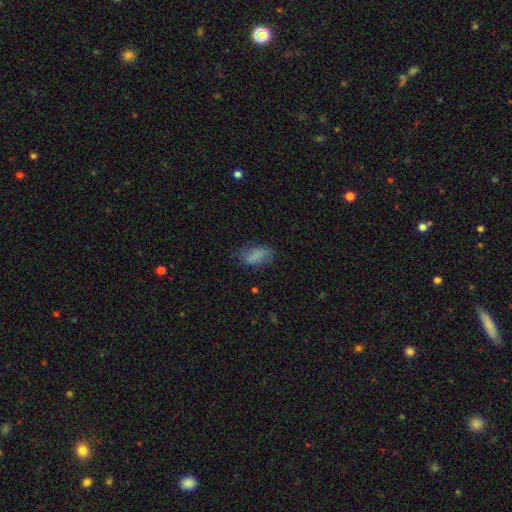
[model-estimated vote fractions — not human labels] Q: Smooth or featured?
A: smooth (75%); runner-up: featured or disk (15%)
Q: How rounded?
A: in between (91%); runner-up: round (5%)
Q: Merging?
A: none (59%); runner-up: minor disturbance (27%)